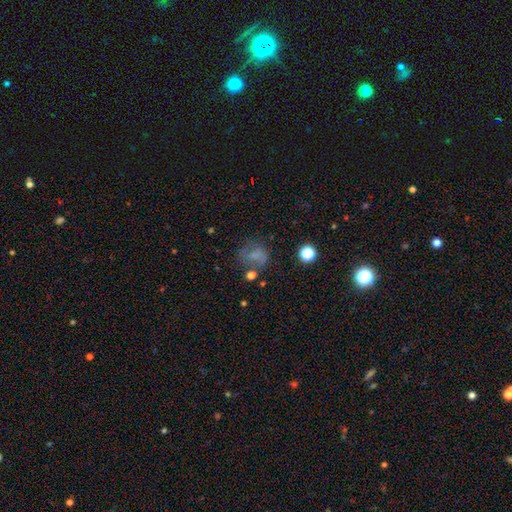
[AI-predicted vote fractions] Smooth or featured? smooth (57%)
How rounded? round (60%)
Merging? none (49%)